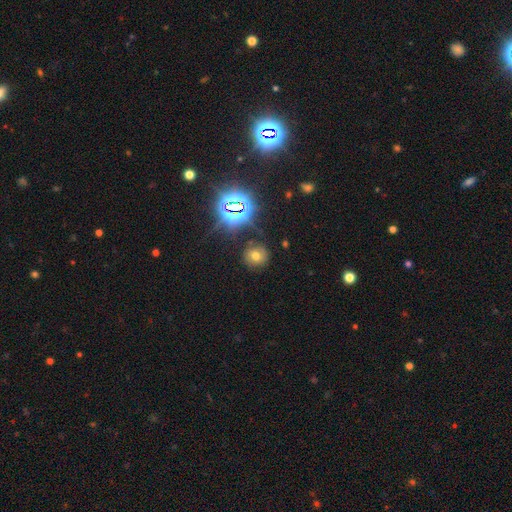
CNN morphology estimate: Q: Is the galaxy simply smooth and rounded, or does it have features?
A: smooth — 57%.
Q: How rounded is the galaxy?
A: round — 85%.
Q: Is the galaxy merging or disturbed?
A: none — 82%.